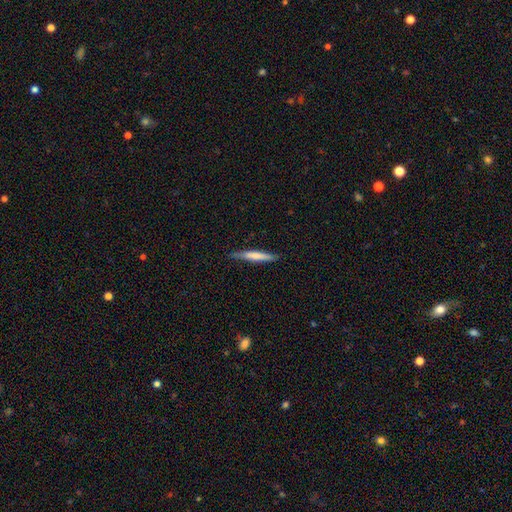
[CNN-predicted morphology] Smooth or featured? smooth (64%)
How rounded? cigar-shaped (94%)
Merging? none (86%)